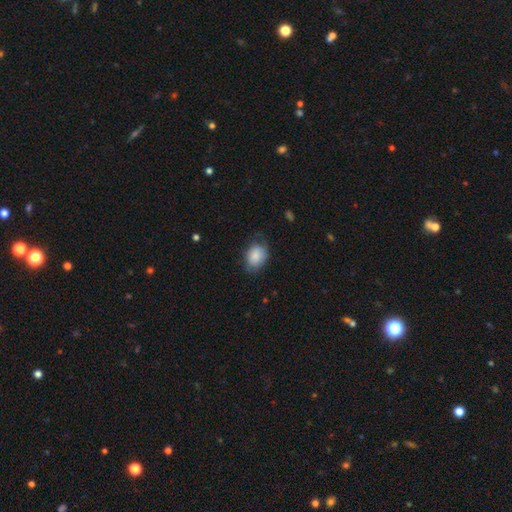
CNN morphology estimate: Smooth or featured? Predicted: smooth (p=0.84). How rounded? Predicted: in between (p=0.64). Merging? Predicted: none (p=0.65).